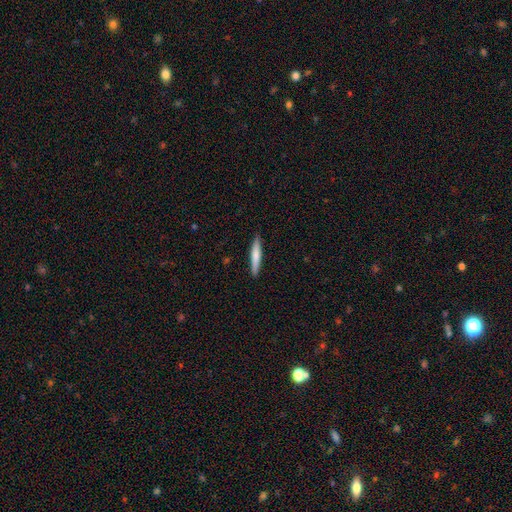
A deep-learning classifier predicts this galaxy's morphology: The model was most divided on "smooth or featured": smooth: 69%, featured or disk: 26%, star or artifact: 5%. More confident: how rounded — cigar-shaped (93%); merging — none (90%).